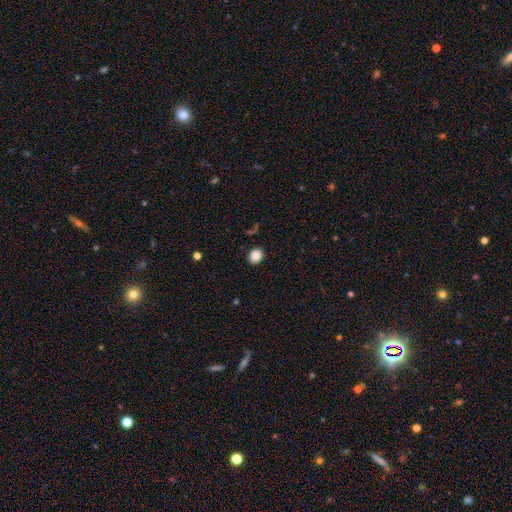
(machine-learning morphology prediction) Overall: smooth (87%). How rounded: round (60%; in between 39%). Merging: none (88%).